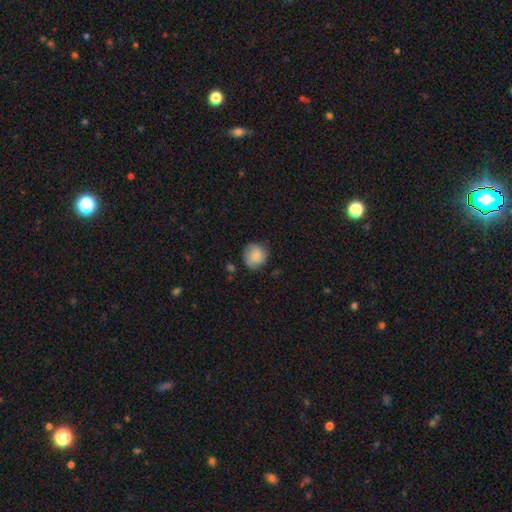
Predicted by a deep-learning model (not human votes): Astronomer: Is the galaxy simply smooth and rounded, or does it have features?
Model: smooth — 79%.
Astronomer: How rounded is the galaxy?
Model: round — 82%.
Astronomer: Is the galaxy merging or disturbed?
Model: none — 70%.